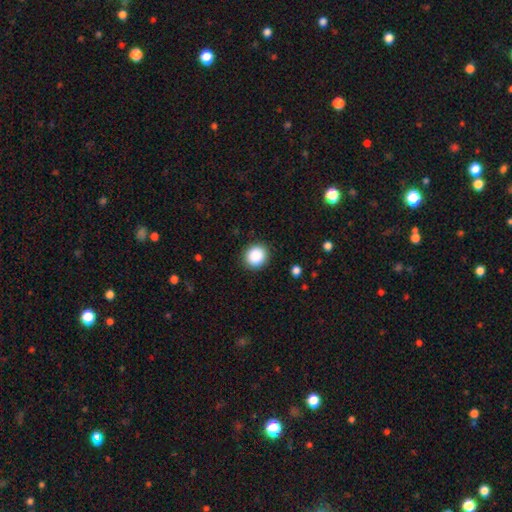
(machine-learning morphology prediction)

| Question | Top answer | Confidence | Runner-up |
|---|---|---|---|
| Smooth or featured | smooth | 89% | star or artifact (9%) |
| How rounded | round | 85% | in between (14%) |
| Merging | none | 90% | minor disturbance (6%) |